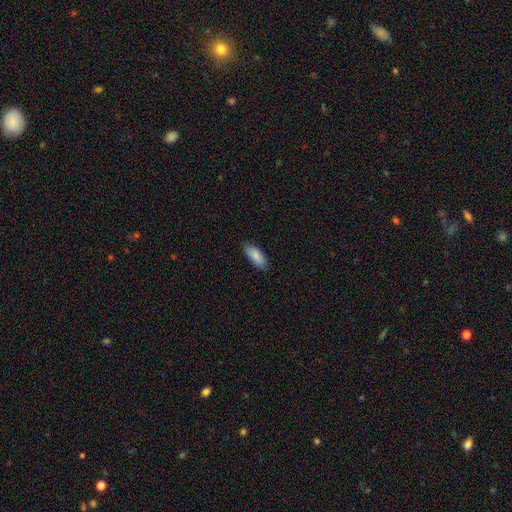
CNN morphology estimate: This appears to be a smooth galaxy with no disk features (87%) that is in between round and cigar-shaped (78%). Merging: none (85%).